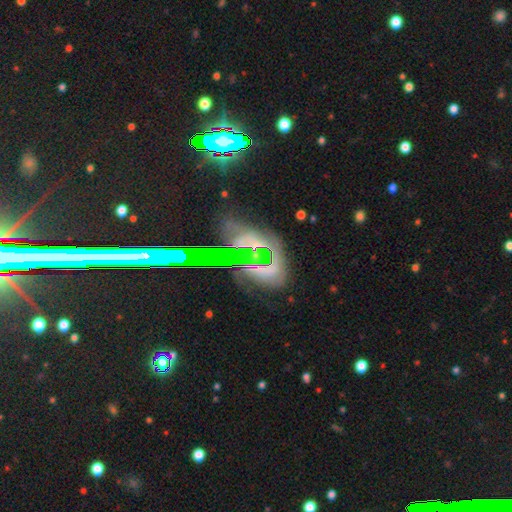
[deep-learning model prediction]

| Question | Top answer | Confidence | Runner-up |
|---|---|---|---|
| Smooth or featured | featured or disk | 48% | star or artifact (35%) |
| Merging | none | 67% | minor disturbance (16%) |